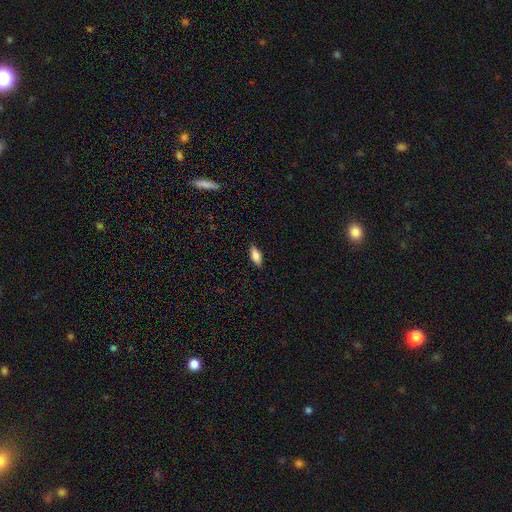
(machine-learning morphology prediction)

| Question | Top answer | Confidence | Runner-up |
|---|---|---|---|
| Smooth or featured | smooth | 78% | featured or disk (15%) |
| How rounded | in between | 74% | cigar-shaped (23%) |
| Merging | none | 87% | minor disturbance (10%) |